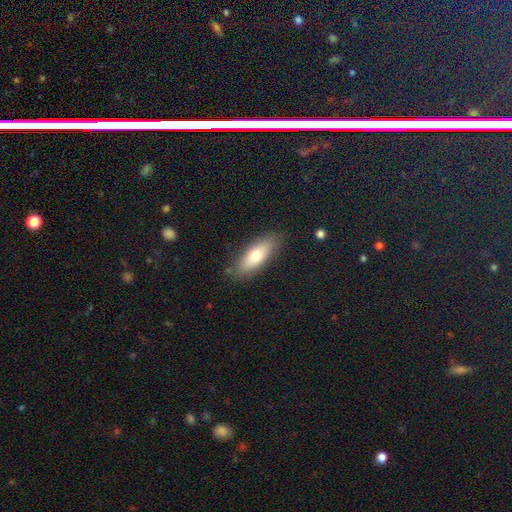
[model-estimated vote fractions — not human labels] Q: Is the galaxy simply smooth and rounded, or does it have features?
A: smooth — 70%.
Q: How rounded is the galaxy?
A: in between — 69%.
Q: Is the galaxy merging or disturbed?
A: none — 83%.